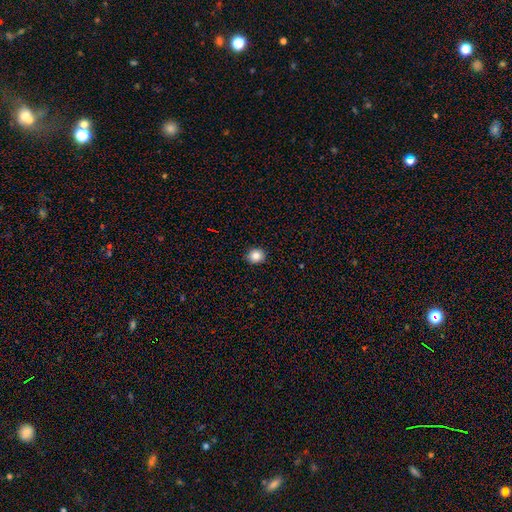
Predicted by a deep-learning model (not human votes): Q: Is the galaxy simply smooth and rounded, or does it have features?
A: smooth — 84%.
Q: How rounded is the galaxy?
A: round — 83%.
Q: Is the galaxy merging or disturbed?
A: none — 91%.